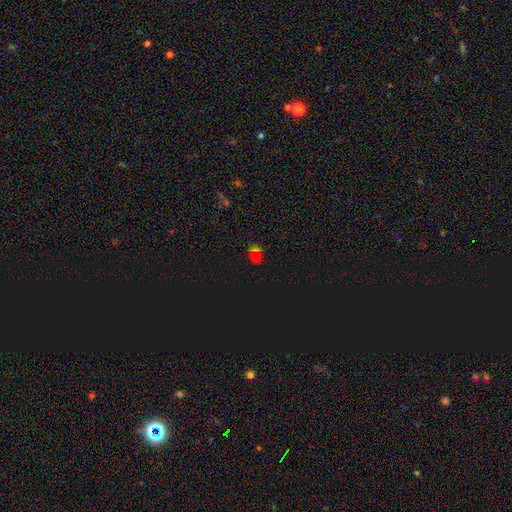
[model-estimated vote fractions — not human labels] Smooth or featured?
  - star or artifact: 59% *
  - smooth: 33%
  - featured or disk: 7%